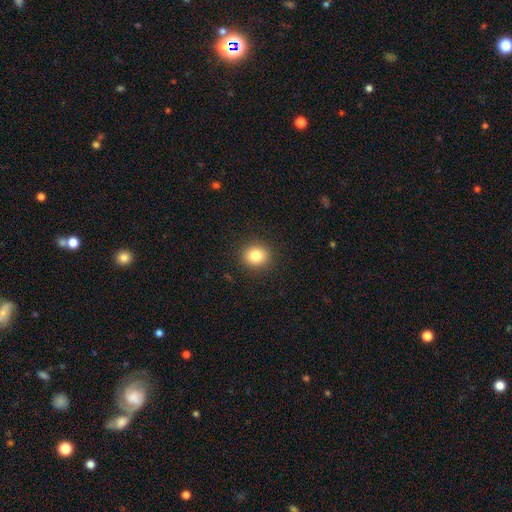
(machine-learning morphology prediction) type=smooth (83%); roundness=round (80%); merging=none (90%).